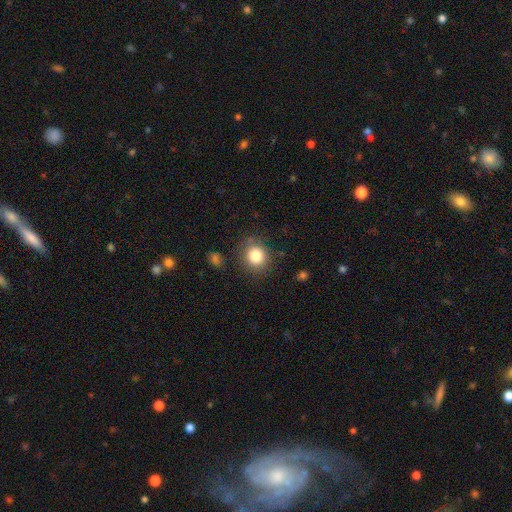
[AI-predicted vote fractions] Smooth or featured: smooth — 82% (star or artifact — 11%)
How rounded: round — 82% (in between — 17%)
Merging: none — 83% (minor disturbance — 11%)